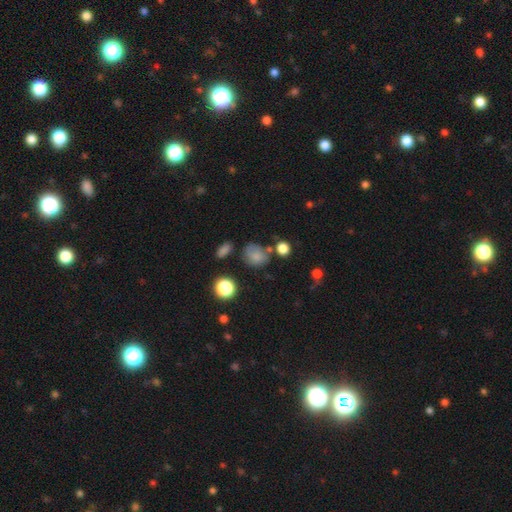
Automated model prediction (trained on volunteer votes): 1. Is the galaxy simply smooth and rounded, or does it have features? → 73% smooth, 14% star or artifact, 13% featured or disk.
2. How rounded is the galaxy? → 61% round, 38% in between, 1% cigar-shaped.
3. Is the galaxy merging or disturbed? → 54% none, 25% minor disturbance, 11% major disturbance, 10% merger.